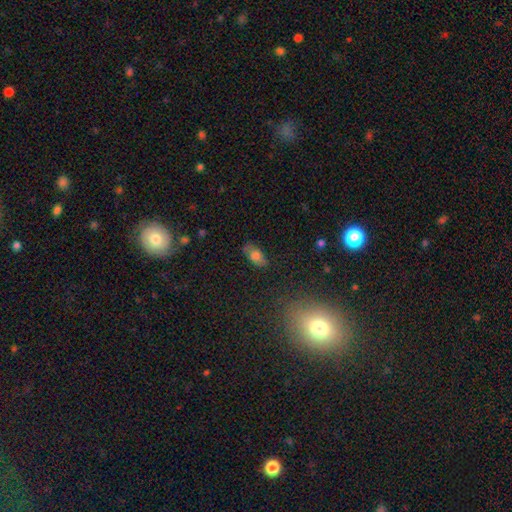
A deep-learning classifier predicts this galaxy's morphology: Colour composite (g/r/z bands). It shows a smooth galaxy with no disk features (71%) that is in between round and cigar-shaped (89%). Merging: none (76%).